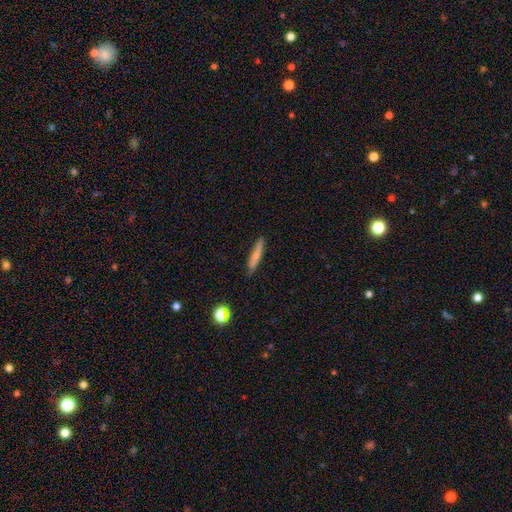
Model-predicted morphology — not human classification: smooth_or_featured: smooth (p=0.67) [alt: featured or disk p=0.26]
how_rounded: cigar-shaped (p=0.90) [alt: in between p=0.08]
merging: none (p=0.86) [alt: minor disturbance p=0.11]